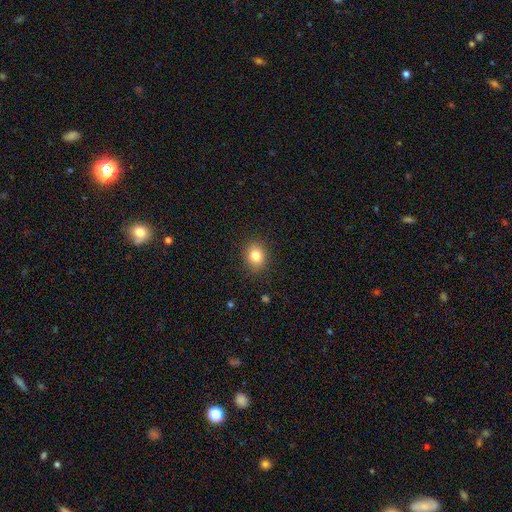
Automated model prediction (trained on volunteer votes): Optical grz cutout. It shows a smooth galaxy with no disk features (83%) that is round (61%). Merging: none (88%).